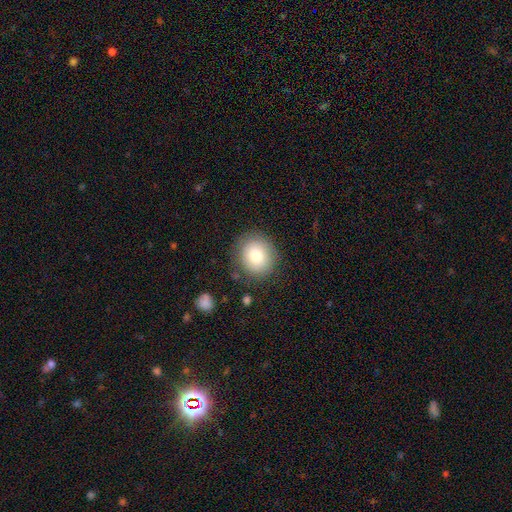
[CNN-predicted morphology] This is likely a smooth galaxy (79%). How rounded: clearly round (84%). Merging: clearly none (84%).